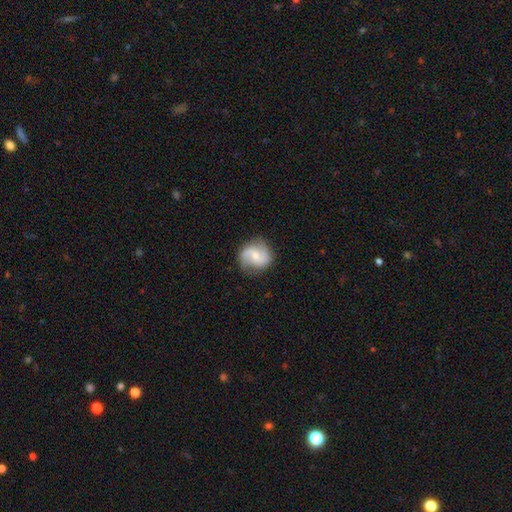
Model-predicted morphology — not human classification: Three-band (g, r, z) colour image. It shows a featured or disk galaxy (68%) with a weak bar (44%), 2 (88%) medium (44%) spiral arms (92%) and a small central bulge (49%). Merging: none (80%).